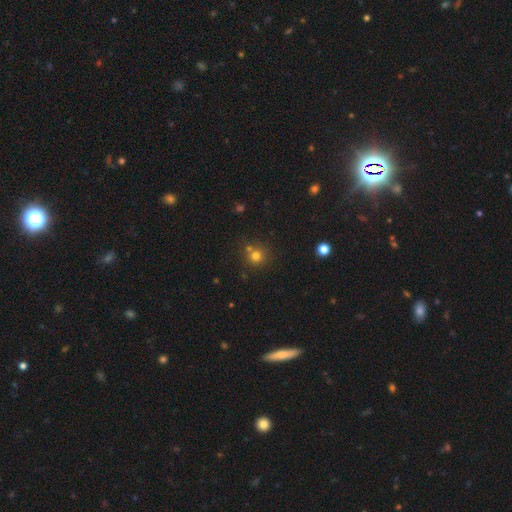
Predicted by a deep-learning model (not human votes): smooth 74%, star or artifact 18%, featured or disk 8%. Down the decision tree: how rounded — round (91%); merging — none (69%).